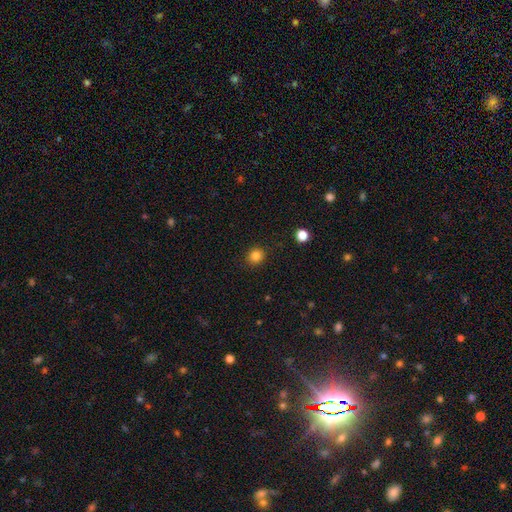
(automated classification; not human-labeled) This is clearly a smooth galaxy (84%). How rounded: clearly round (85%). Merging: clearly none (90%).